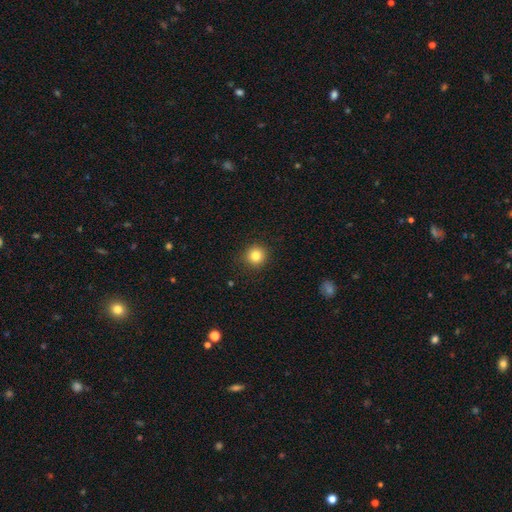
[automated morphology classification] Smooth or featured? smooth (82%)
How rounded? round (94%)
Merging? none (91%)